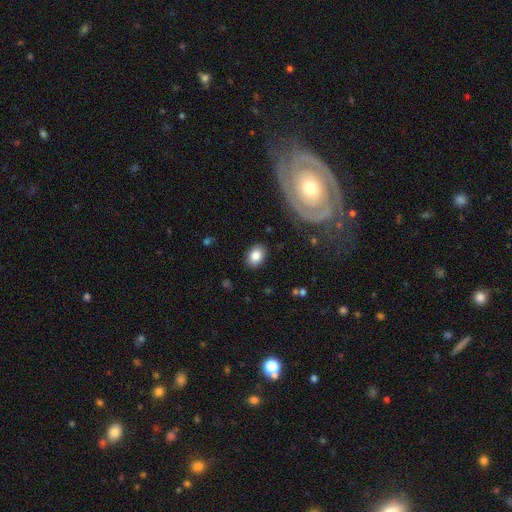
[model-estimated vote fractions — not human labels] Smooth or featured: smooth — 83% (featured or disk — 9%)
How rounded: in between — 77% (round — 22%)
Merging: none — 87% (minor disturbance — 9%)